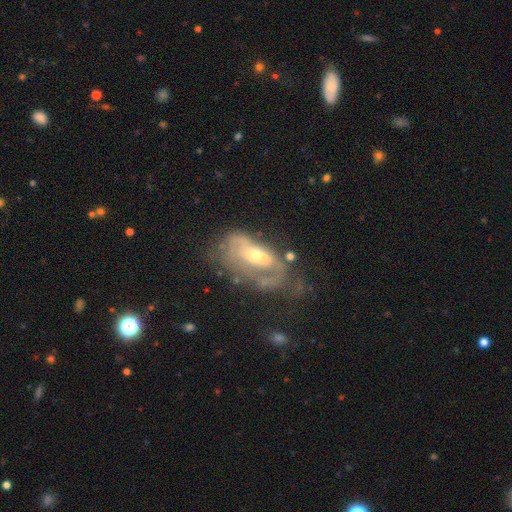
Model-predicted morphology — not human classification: Smooth or featured?
  - featured or disk: 71% *
  - smooth: 22%
  - star or artifact: 7%
Edge-on disk?
  - no: 93% *
  - yes: 7%
Bar?
  - no: 55% *
  - weak: 33%
  - strong: 13%
Spiral arms?
  - yes: 68% *
  - no: 32%
Bulge size?
  - moderate: 48% *
  - small: 45%
  - large: 4%
  - none: 1%
  - dominant: 1%
Merging?
  - major disturbance: 37% *
  - none: 33%
  - minor disturbance: 23%
  - merger: 7%